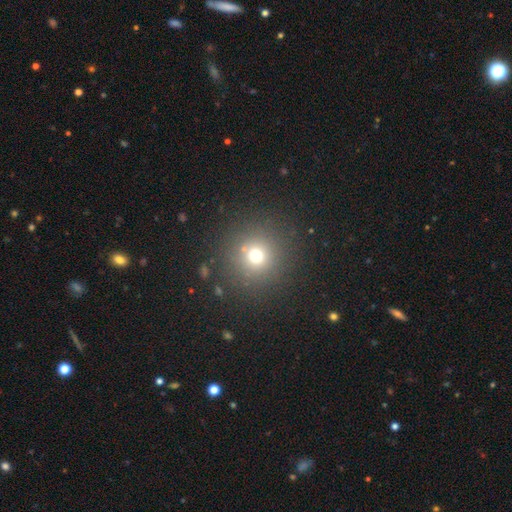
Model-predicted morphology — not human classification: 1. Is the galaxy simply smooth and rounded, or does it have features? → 69% smooth, 21% star or artifact, 9% featured or disk.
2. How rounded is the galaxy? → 94% round, 5% in between, 1% cigar-shaped.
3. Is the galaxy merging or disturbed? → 86% none, 7% minor disturbance, 4% major disturbance, 3% merger.